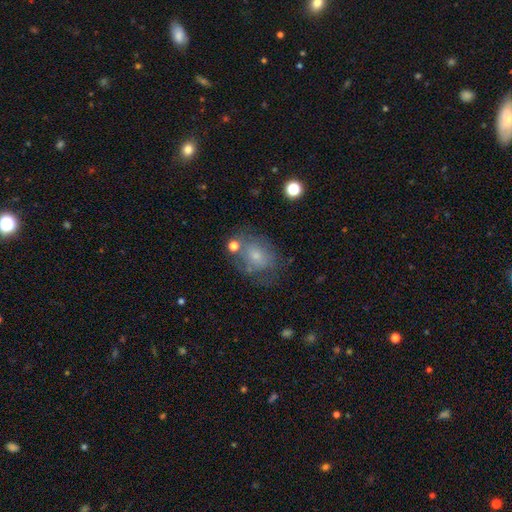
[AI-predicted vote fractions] This is possibly a smooth galaxy (60%). How rounded: possibly in between (59%). Merging: possibly none (54%).